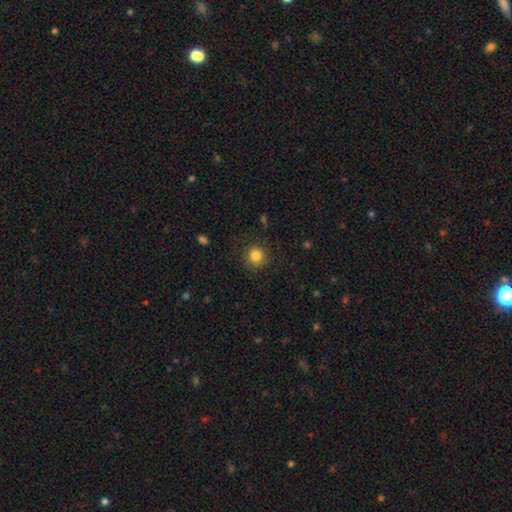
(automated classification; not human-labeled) A smooth galaxy with no disk features (84%) that is round (93%). Merging: none (89%).